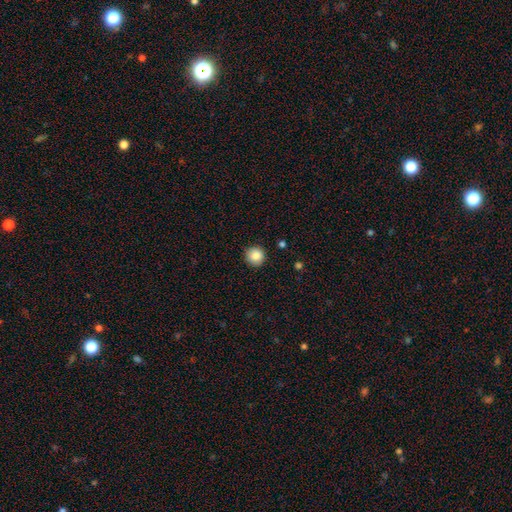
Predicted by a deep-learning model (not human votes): smooth 87%, star or artifact 9%, featured or disk 4%. Down the decision tree: how rounded — round (95%); merging — none (91%).